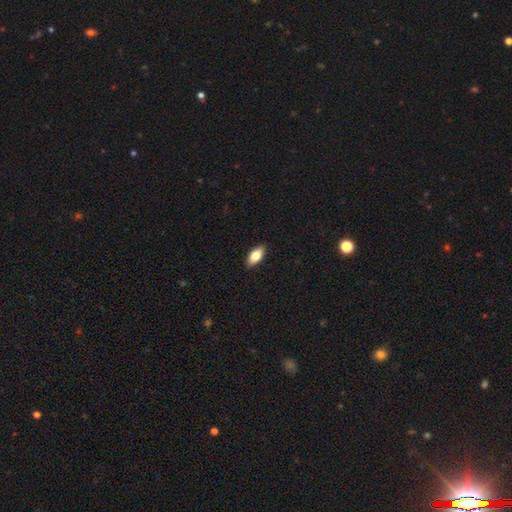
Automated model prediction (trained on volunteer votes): The model was most divided on "smooth or featured": smooth: 79%, featured or disk: 15%, star or artifact: 6%. More confident: merging — none (90%); how rounded — in between (89%).